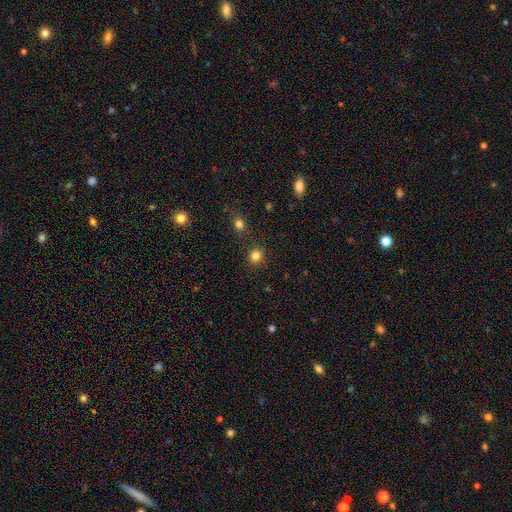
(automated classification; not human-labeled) Q: Smooth or featured?
A: smooth (82%); runner-up: star or artifact (13%)
Q: How rounded?
A: round (88%); runner-up: in between (11%)
Q: Merging?
A: none (87%); runner-up: minor disturbance (7%)